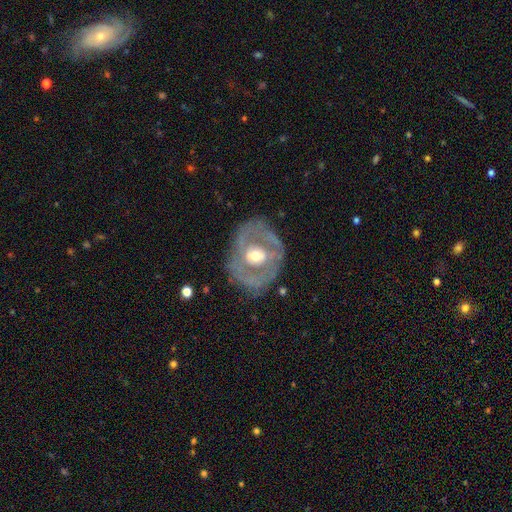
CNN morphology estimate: Q: Smooth or featured?
A: featured or disk (72%); runner-up: smooth (23%)
Q: Edge-on disk?
A: no (95%); runner-up: yes (5%)
Q: Bar?
A: no (70%); runner-up: weak (21%)
Q: Spiral arms?
A: no (59%); runner-up: yes (41%)
Q: Bulge size?
A: moderate (69%); runner-up: large (15%)
Q: Merging?
A: none (68%); runner-up: minor disturbance (18%)